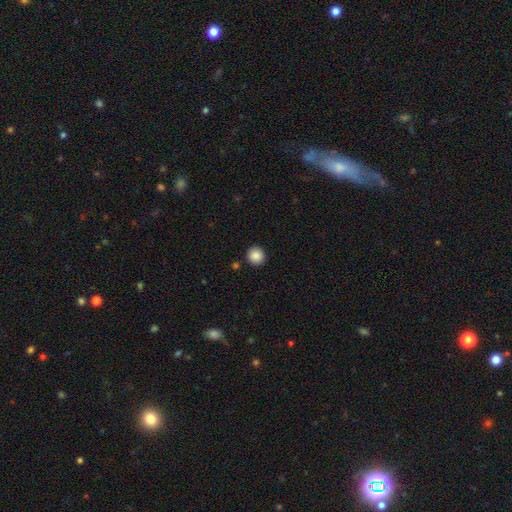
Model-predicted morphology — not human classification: The model was most divided on "smooth or featured": smooth: 88%, star or artifact: 9%, featured or disk: 3%. More confident: how rounded — round (93%); merging — none (91%).